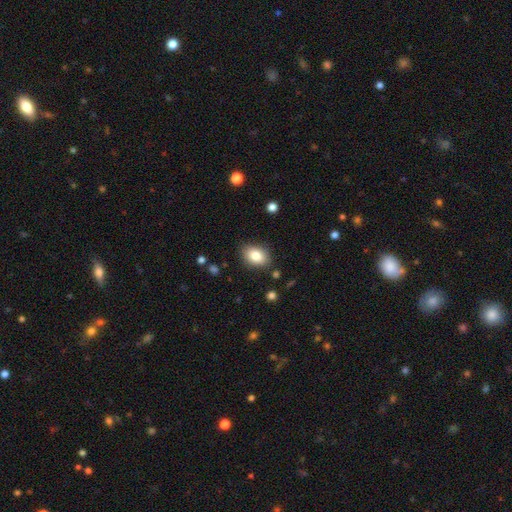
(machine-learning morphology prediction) Q: Smooth or featured?
A: smooth (84%); runner-up: featured or disk (8%)
Q: How rounded?
A: in between (79%); runner-up: round (20%)
Q: Merging?
A: none (85%); runner-up: minor disturbance (11%)